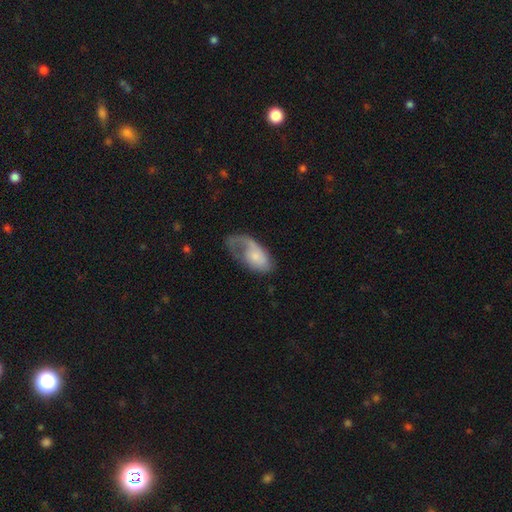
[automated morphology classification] smooth_or_featured: featured or disk (p=0.51) [alt: smooth p=0.43]
disk_edge_on: no (p=0.95) [alt: yes p=0.05]
merging: major disturbance (p=0.47) [alt: none p=0.28]